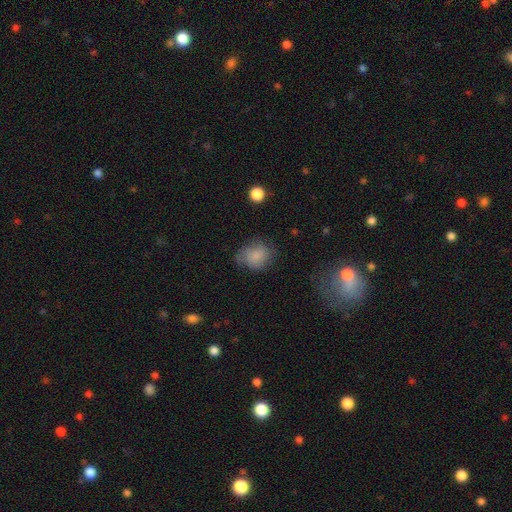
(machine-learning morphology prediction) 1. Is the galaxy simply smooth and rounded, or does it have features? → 75% smooth, 16% featured or disk, 9% star or artifact.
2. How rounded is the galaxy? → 58% round, 41% in between, 1% cigar-shaped.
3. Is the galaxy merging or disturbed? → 55% none, 30% minor disturbance, 13% major disturbance, 2% merger.